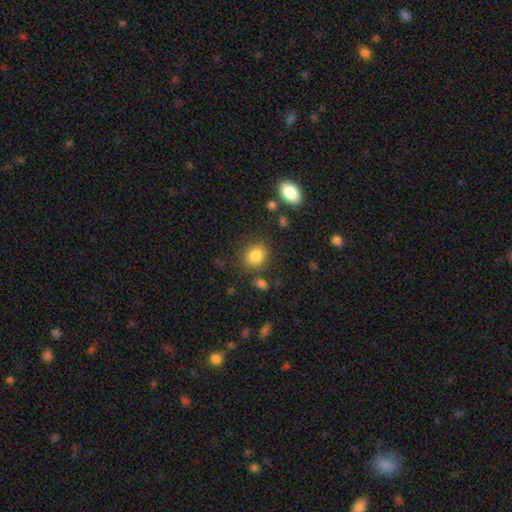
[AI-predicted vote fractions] Smooth or featured?
  - smooth: 84% *
  - star or artifact: 10%
  - featured or disk: 6%
How rounded?
  - round: 72% *
  - in between: 27%
  - cigar-shaped: 1%
Merging?
  - none: 80% *
  - minor disturbance: 11%
  - merger: 5%
  - major disturbance: 4%